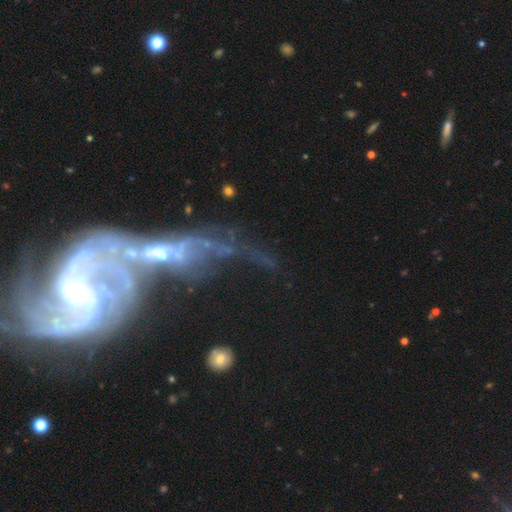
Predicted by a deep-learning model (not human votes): The model was most divided on "spiral arm count": can't tell: 34%, 2: 33%, 3: 11%, 1: 8%, 4: 7%, more than 4: 6%. Remaining: edge-on disk — no (87%); spiral arms — yes (78%); smooth or featured — featured or disk (76%); bar — no (57%); merging — merger (50%); bulge size — small (49%); spiral winding — medium (34%).